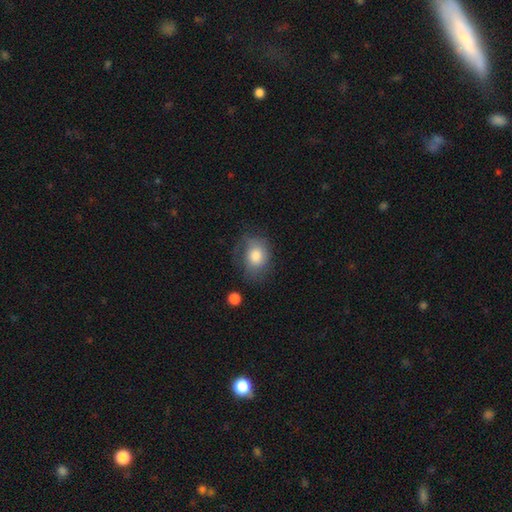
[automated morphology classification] The model was most divided on "how rounded": in between: 57%, round: 41%, cigar-shaped: 1%. More confident: smooth or featured — smooth (77%); merging — none (54%).